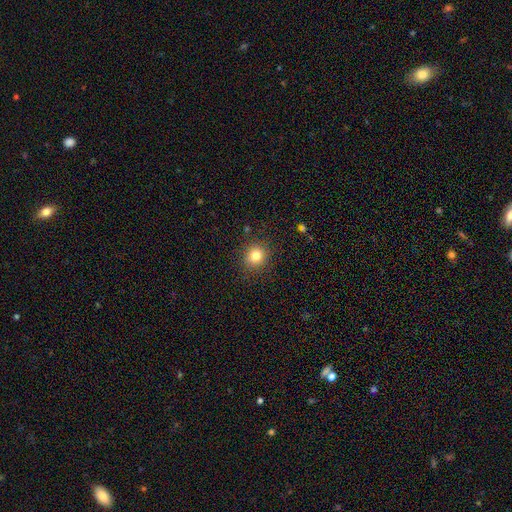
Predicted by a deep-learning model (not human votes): Smooth or featured?
  - smooth: 81% *
  - star or artifact: 12%
  - featured or disk: 7%
How rounded?
  - round: 86% *
  - in between: 13%
  - cigar-shaped: 1%
Merging?
  - none: 88% *
  - minor disturbance: 8%
  - major disturbance: 3%
  - merger: 1%